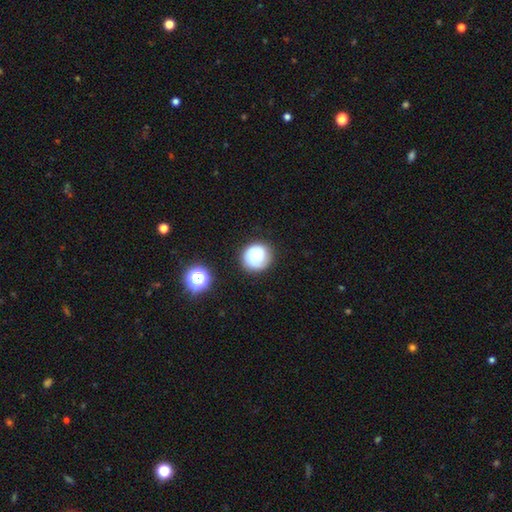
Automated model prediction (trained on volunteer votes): Smooth or featured: smooth — 59% (featured or disk — 30%)
How rounded: round — 89% (in between — 10%)
Merging: none — 82% (minor disturbance — 12%)